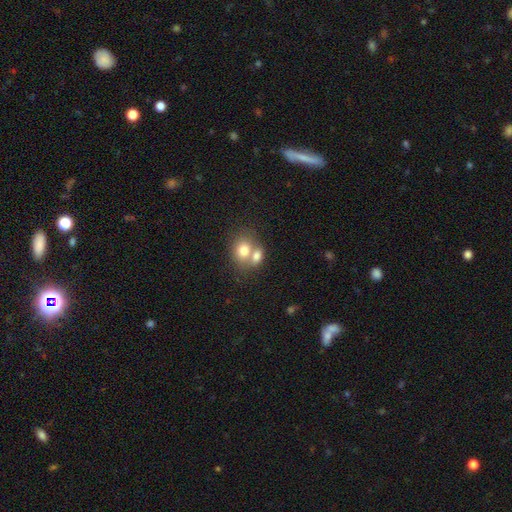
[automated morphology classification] smooth_or_featured: smooth (p=0.60) [alt: star or artifact p=0.24]
how_rounded: round (p=0.80) [alt: in between p=0.18]
merging: none (p=0.54) [alt: merger p=0.35]